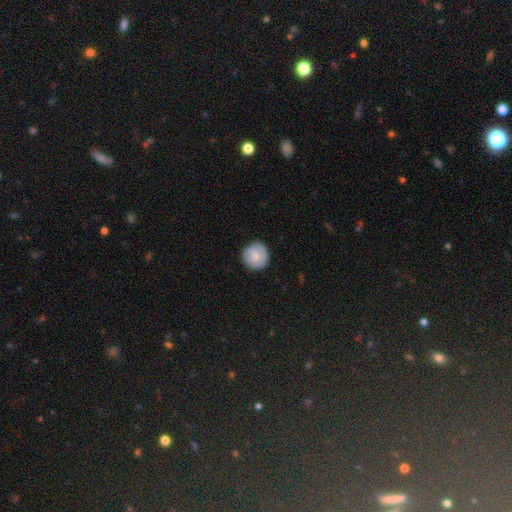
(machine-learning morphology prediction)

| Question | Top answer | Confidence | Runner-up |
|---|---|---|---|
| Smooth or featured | smooth | 72% | featured or disk (22%) |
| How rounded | round | 94% | in between (5%) |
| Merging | none | 84% | minor disturbance (13%) |